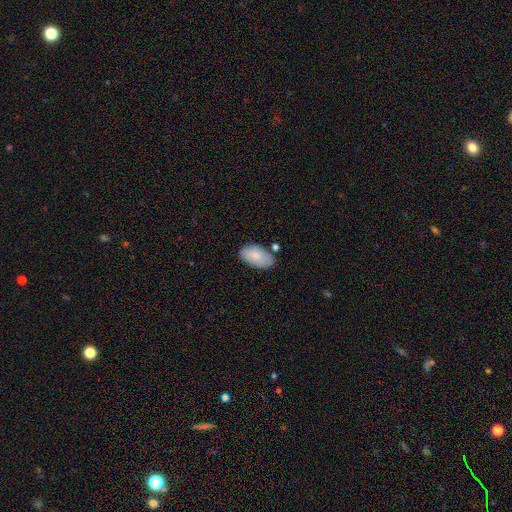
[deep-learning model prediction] smooth 82%, featured or disk 12%, star or artifact 6%. Down the decision tree: how rounded — in between (95%); merging — none (73%).